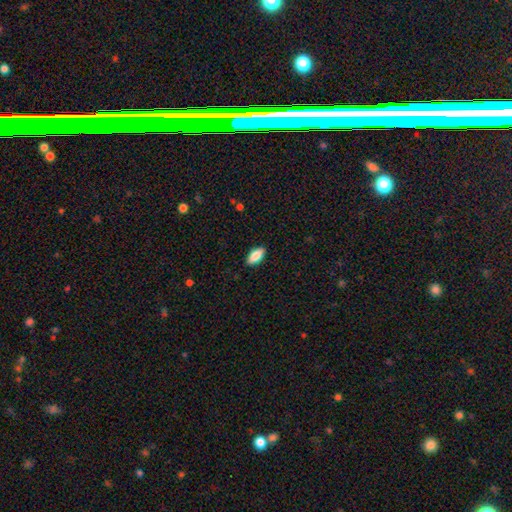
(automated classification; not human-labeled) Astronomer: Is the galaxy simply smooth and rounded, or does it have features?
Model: smooth — 84%.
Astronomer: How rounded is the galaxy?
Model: in between — 83%.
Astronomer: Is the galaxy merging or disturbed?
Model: none — 88%.